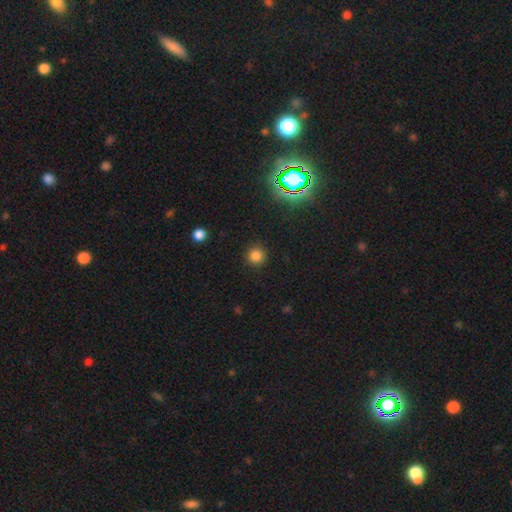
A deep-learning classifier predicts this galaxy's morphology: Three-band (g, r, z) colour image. It shows a smooth galaxy with no disk features (79%) that is round (94%). Merging: none (91%).